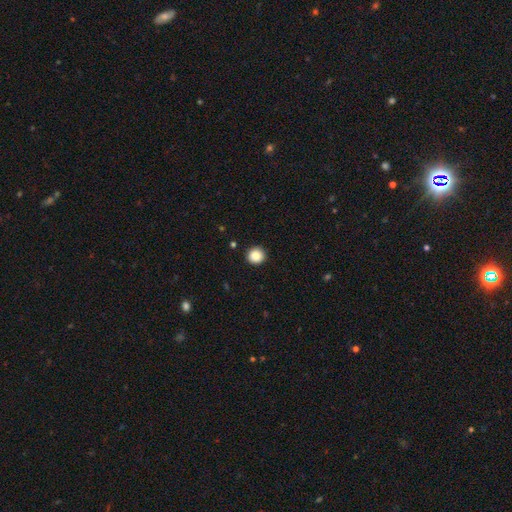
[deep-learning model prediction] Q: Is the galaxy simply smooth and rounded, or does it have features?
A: smooth — 85%.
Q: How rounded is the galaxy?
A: round — 94%.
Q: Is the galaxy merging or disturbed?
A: none — 93%.